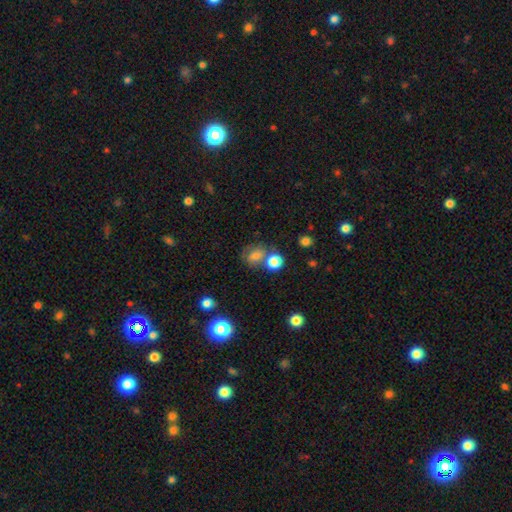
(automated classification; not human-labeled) A smooth galaxy with no disk features (69%) that is round (58%).

Vote fractions:
- Smooth or featured? smooth: 69% / featured or disk: 17% / star or artifact: 14%
- How rounded? round: 58% / in between: 41% / cigar-shaped: 1%
- Merging? none: 49% / merger: 28% / minor disturbance: 15% / major disturbance: 7%